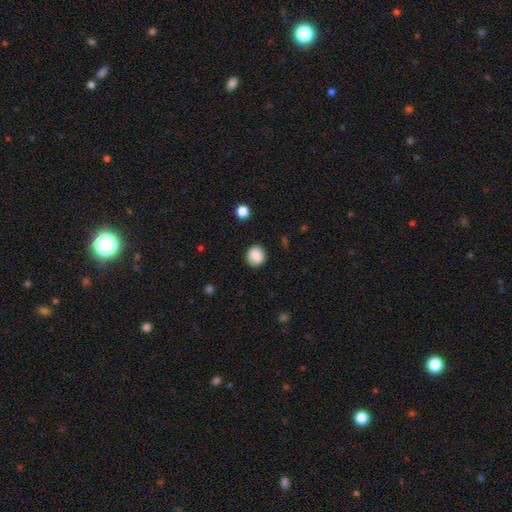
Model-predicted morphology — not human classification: Smooth or featured: smooth — 86% (star or artifact — 8%)
How rounded: round — 75% (in between — 24%)
Merging: none — 87% (minor disturbance — 9%)